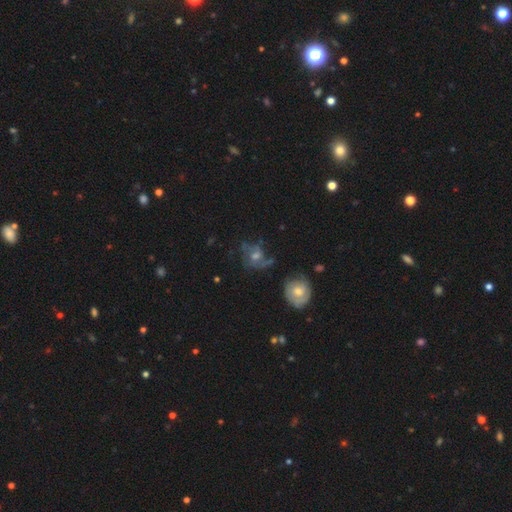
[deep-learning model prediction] A featured or disk galaxy (58%) with no bar (67%), spiral arms (77%) and a moderate central bulge (54%). Merging: none (55%).